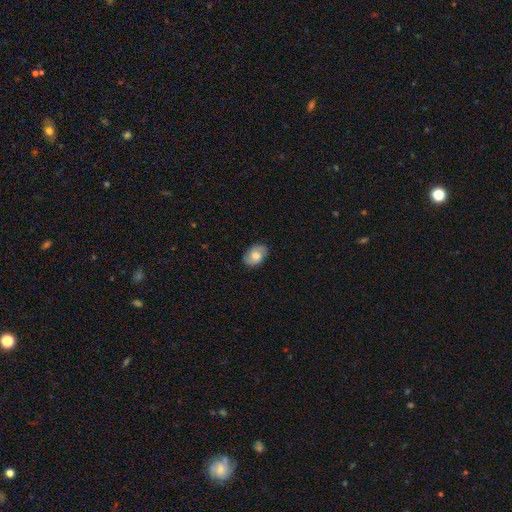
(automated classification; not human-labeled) Smooth or featured: smooth — 58% (featured or disk — 34%)
How rounded: in between — 82% (round — 17%)
Merging: none — 83% (minor disturbance — 13%)